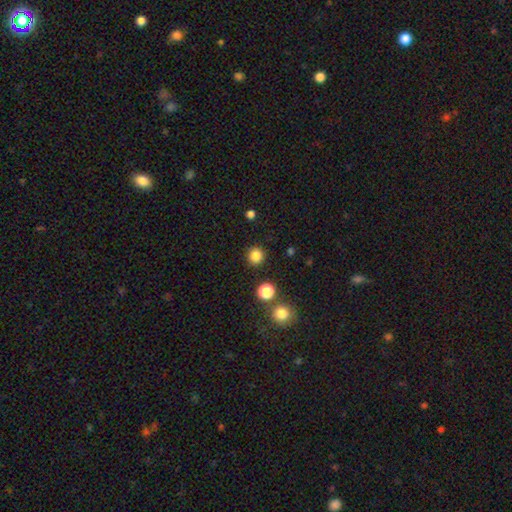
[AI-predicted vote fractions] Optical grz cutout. It shows a smooth galaxy with no disk features (83%) that is round (94%). Merging: none (90%).